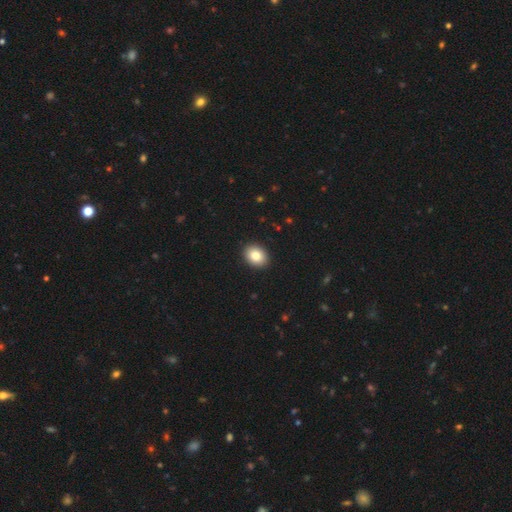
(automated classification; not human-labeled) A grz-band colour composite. It shows a smooth galaxy with no disk features (85%) that is in between round and cigar-shaped (65%). Merging: none (92%).